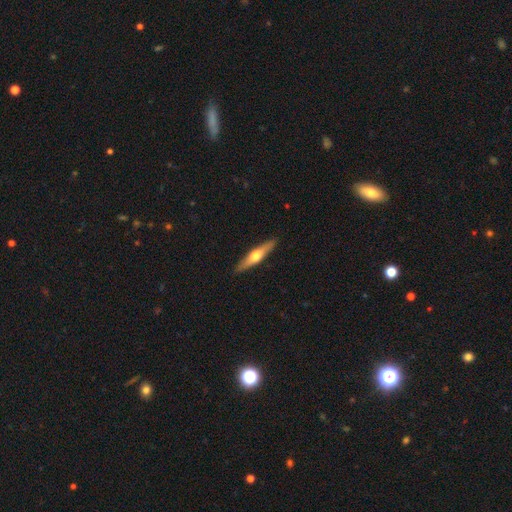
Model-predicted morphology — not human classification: type=featured or disk (57%); edge-on=yes (95%); edge-on bulge=rounded (92%); merging=none (90%).